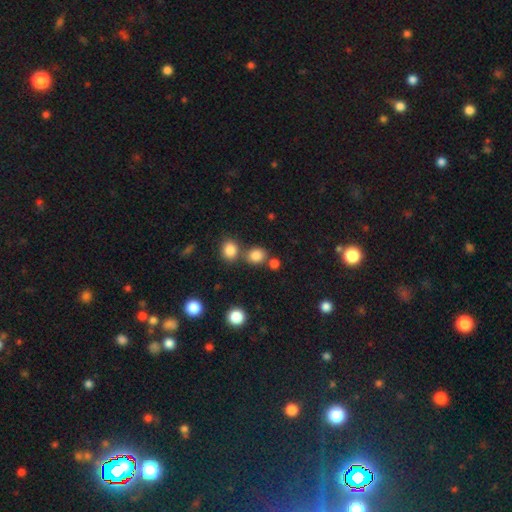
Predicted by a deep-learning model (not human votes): Q: Smooth or featured?
A: smooth (82%); runner-up: star or artifact (12%)
Q: How rounded?
A: round (73%); runner-up: in between (26%)
Q: Merging?
A: none (65%); runner-up: merger (22%)